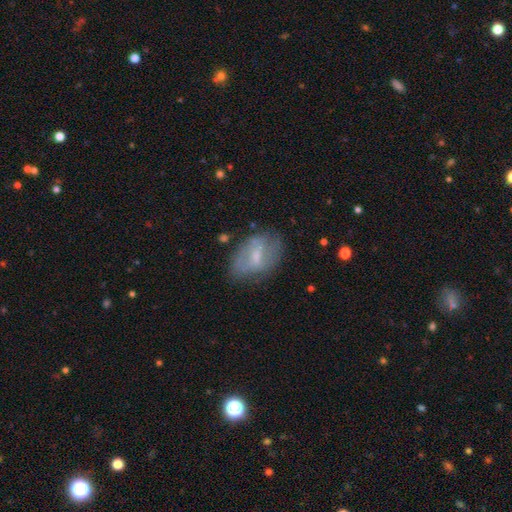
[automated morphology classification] A featured or disk galaxy (49%). Merging: none (60%).